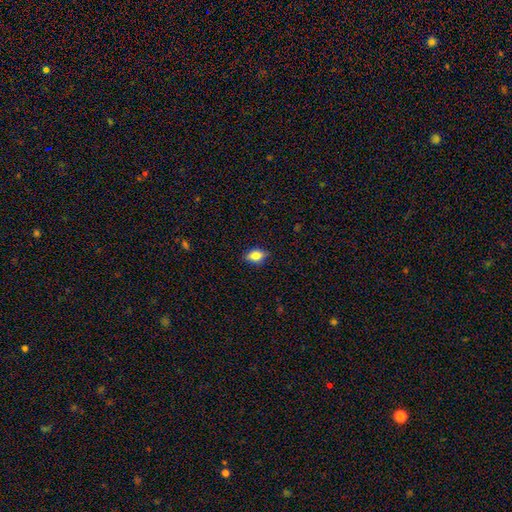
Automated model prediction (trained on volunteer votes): Smooth or featured: smooth — 80% (featured or disk — 11%)
How rounded: in between — 82% (round — 14%)
Merging: none — 86% (minor disturbance — 11%)